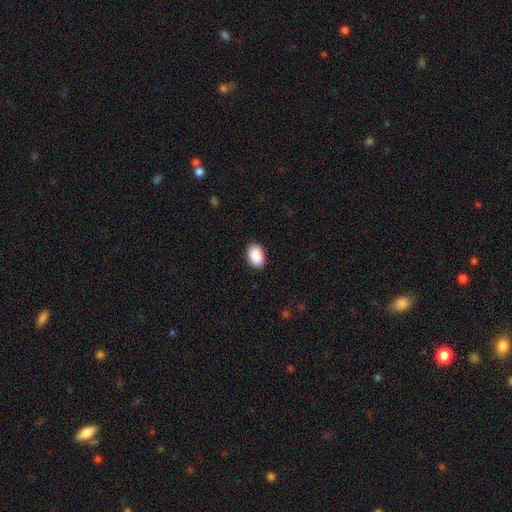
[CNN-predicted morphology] This appears to be a smooth galaxy with no disk features (91%) that is in between round and cigar-shaped (89%). Merging: none (89%).